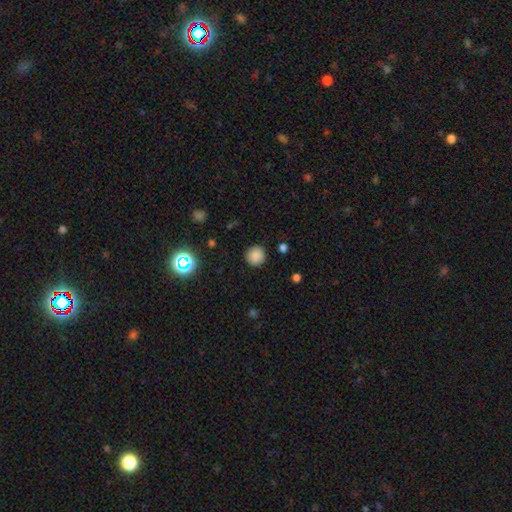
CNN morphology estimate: Overall: smooth (85%). How rounded: round (94%). Merging: none (90%).